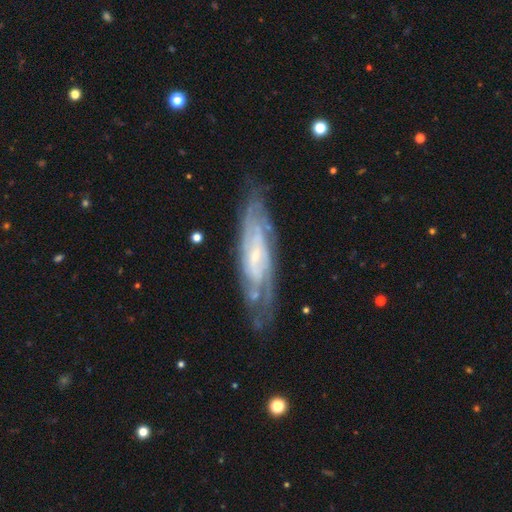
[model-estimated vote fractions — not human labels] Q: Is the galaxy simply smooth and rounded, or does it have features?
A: featured or disk — 82%.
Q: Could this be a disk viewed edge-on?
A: no — 75%.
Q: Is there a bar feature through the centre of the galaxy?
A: no — 43%.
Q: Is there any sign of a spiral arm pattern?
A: yes — 92%.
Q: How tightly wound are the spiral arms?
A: tight — 59%.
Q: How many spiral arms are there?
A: can't tell — 47%.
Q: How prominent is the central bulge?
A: small — 67%.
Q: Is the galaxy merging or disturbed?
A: none — 74%.